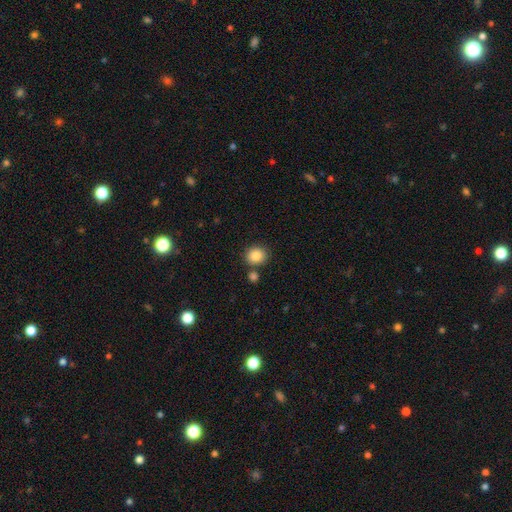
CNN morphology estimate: Smooth or featured?
  - smooth: 86% *
  - star or artifact: 9%
  - featured or disk: 5%
How rounded?
  - round: 82% *
  - in between: 17%
  - cigar-shaped: 1%
Merging?
  - none: 77% *
  - merger: 11%
  - minor disturbance: 9%
  - major disturbance: 3%